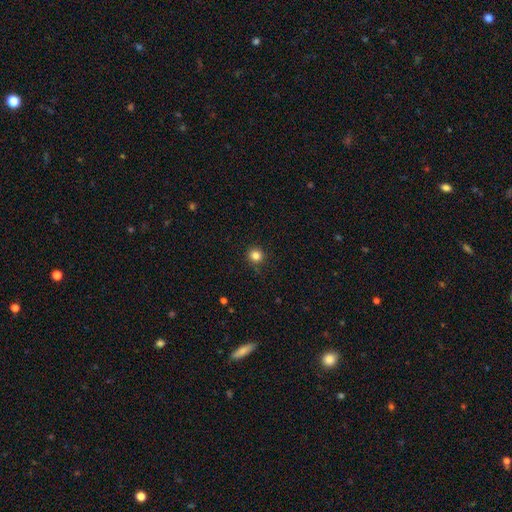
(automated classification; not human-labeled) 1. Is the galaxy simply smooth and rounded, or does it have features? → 83% smooth, 13% star or artifact, 4% featured or disk.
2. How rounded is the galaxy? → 94% round, 6% in between, 1% cigar-shaped.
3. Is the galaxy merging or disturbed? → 88% none, 8% minor disturbance, 2% major disturbance, 1% merger.